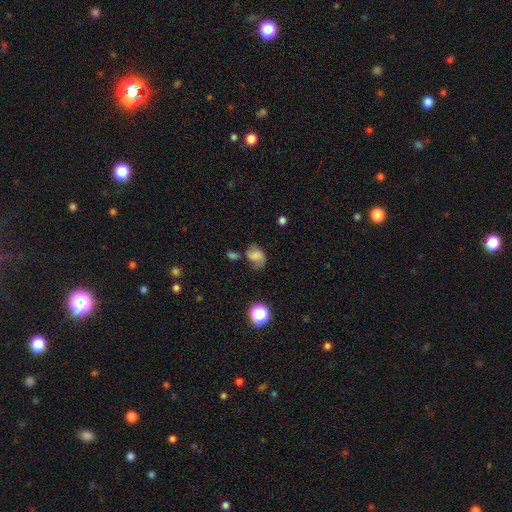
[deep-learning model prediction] This appears to be a smooth galaxy with no disk features (63%) that is in between round and cigar-shaped (62%). Merging: none (45%).